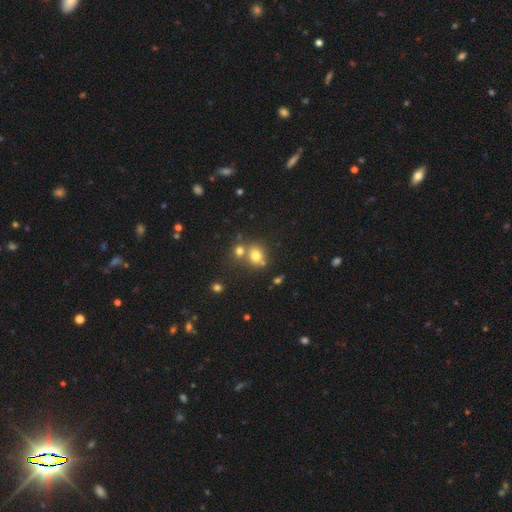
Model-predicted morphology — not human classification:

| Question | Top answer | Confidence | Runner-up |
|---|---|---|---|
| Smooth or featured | smooth | 74% | star or artifact (15%) |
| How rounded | round | 65% | in between (34%) |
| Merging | none | 50% | merger (35%) |